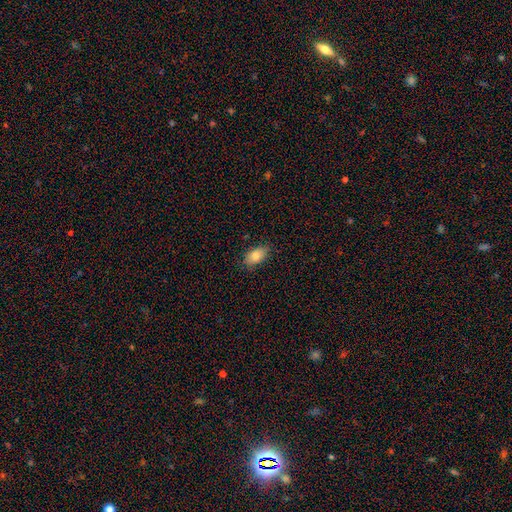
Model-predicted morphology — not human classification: Smooth or featured? smooth (81%)
How rounded? in between (90%)
Merging? none (84%)